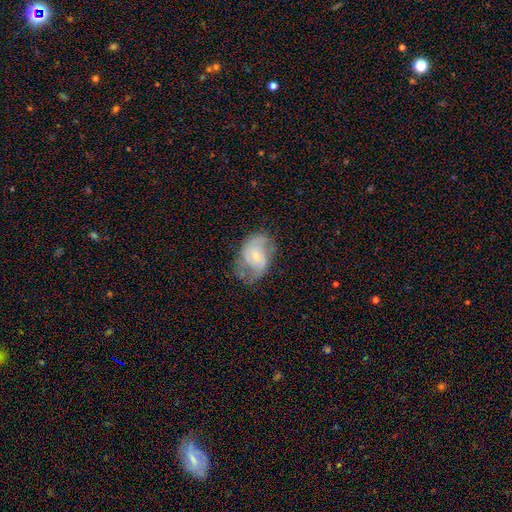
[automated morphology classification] A featured or disk galaxy (70%) with no bar (52%), 2 (77%) medium (47%) spiral arms (87%) and a small central bulge (60%). Merging: none (54%).